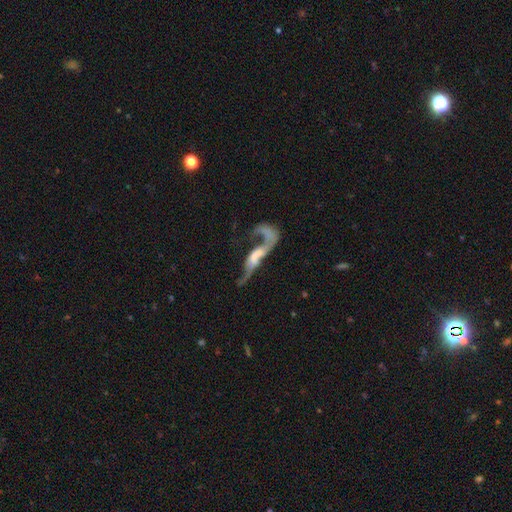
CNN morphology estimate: Smooth or featured? featured or disk (67%)
Edge-on disk? no (79%)
Bar? no (60%)
Spiral arms? yes (60%)
Bulge size? none (38%)
Merging? major disturbance (37%)